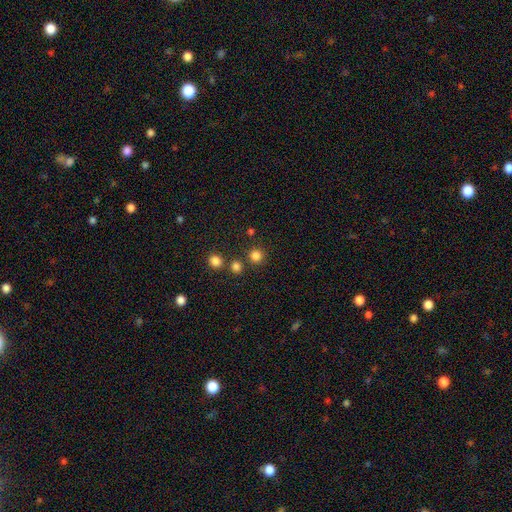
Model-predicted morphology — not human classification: This appears to be a smooth galaxy with no disk features (80%) that is round (94%). Merging: none (81%).